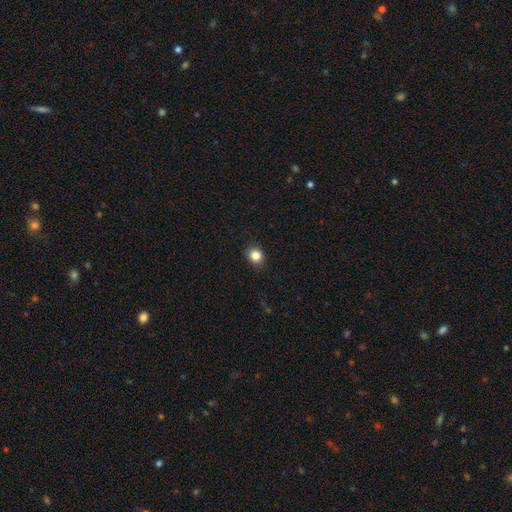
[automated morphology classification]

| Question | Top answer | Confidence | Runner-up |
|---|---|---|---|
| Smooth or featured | smooth | 84% | star or artifact (11%) |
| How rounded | round | 74% | in between (25%) |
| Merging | none | 89% | minor disturbance (8%) |